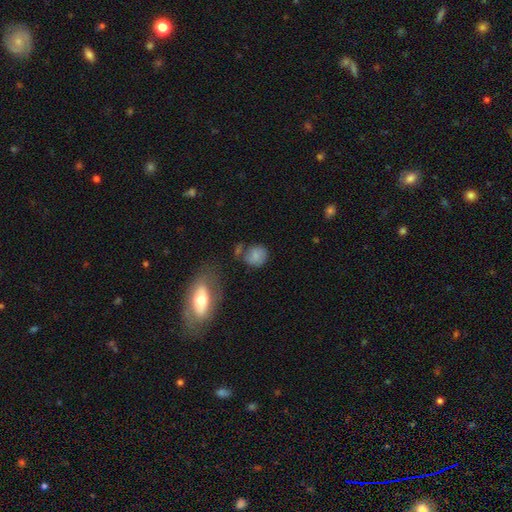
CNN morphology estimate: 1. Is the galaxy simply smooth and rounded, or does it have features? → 75% smooth, 15% featured or disk, 10% star or artifact.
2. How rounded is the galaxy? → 74% round, 24% in between, 1% cigar-shaped.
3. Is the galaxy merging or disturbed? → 58% none, 20% minor disturbance, 13% merger, 8% major disturbance.